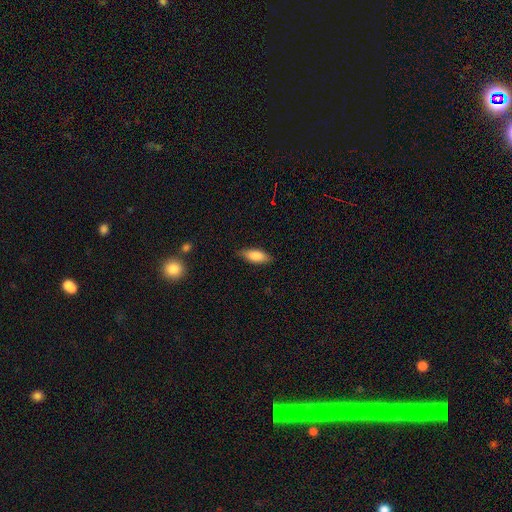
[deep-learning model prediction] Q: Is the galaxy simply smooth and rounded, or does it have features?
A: smooth — 81%.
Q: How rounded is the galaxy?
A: in between — 71%.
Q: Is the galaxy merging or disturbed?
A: none — 83%.